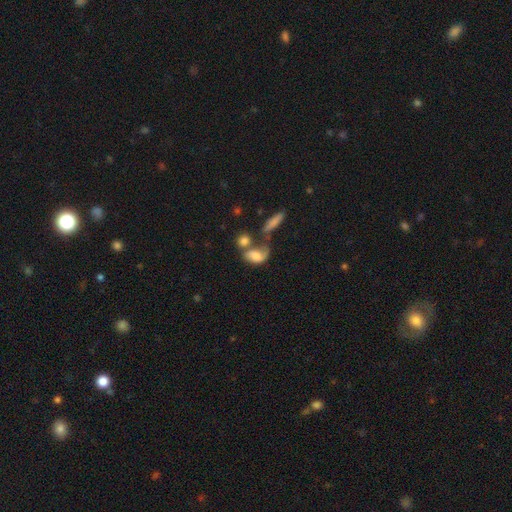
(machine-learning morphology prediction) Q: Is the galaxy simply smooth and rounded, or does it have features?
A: smooth — 59%.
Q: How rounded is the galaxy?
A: in between — 81%.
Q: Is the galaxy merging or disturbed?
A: merger — 46%.